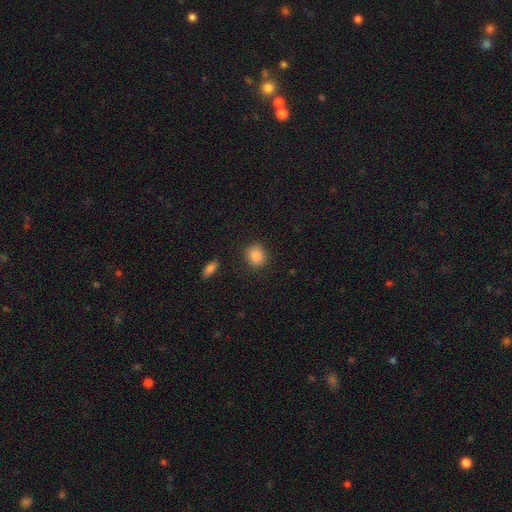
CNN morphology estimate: This appears to be a smooth galaxy with no disk features (87%) that is round (78%). Merging: none (88%).